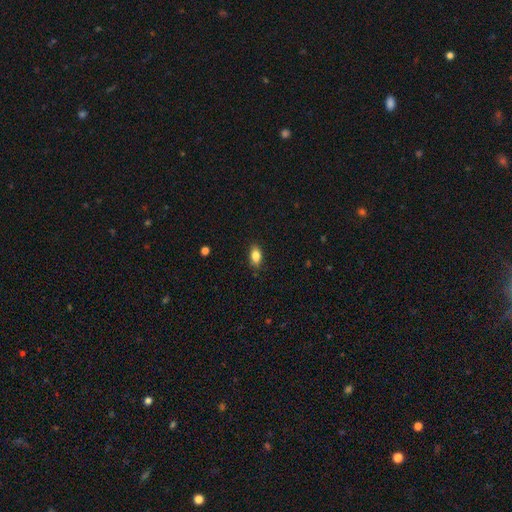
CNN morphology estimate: A smooth galaxy with no disk features (84%) that is in between round and cigar-shaped (88%).

Vote fractions:
- Smooth or featured? smooth: 84% / star or artifact: 8% / featured or disk: 7%
- How rounded? in between: 88% / round: 7% / cigar-shaped: 5%
- Merging? none: 85% / minor disturbance: 11% / major disturbance: 2% / merger: 1%